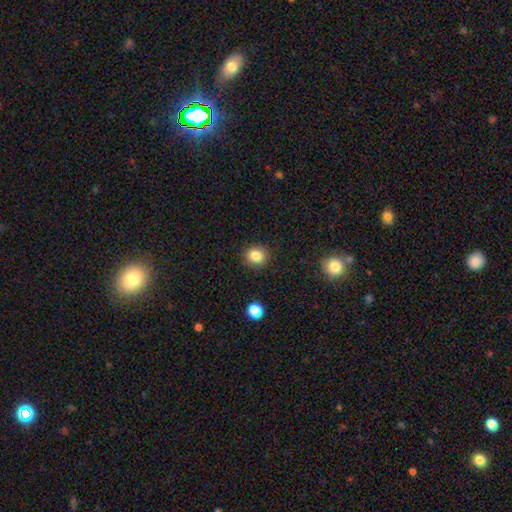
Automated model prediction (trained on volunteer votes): Smooth or featured? smooth (84%)
How rounded? round (83%)
Merging? none (90%)